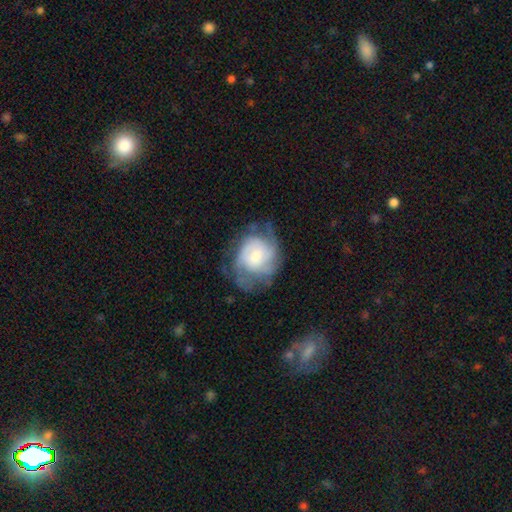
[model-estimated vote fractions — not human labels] featured or disk 63%, smooth 30%, star or artifact 7%. Down the decision tree: edge-on disk — no (98%); bar — no (65%); spiral arms — yes (82%); spiral arm count — can't tell (43%); spiral winding — tight (47%); bulge size — moderate (44%); merging — none (49%).